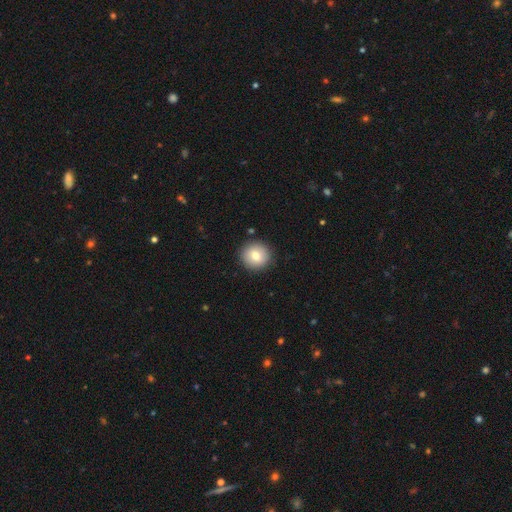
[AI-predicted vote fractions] The model was most divided on "smooth or featured": smooth: 77%, featured or disk: 14%, star or artifact: 9%. More confident: how rounded — round (93%); merging — none (90%).